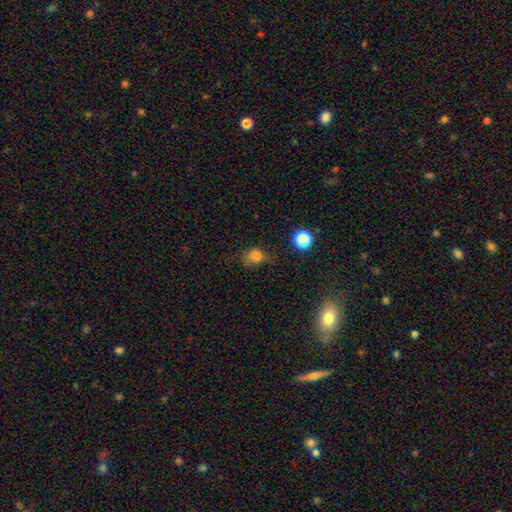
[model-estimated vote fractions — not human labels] smooth 77%, star or artifact 16%, featured or disk 7%. Down the decision tree: how rounded — round (57%); merging — none (48%).